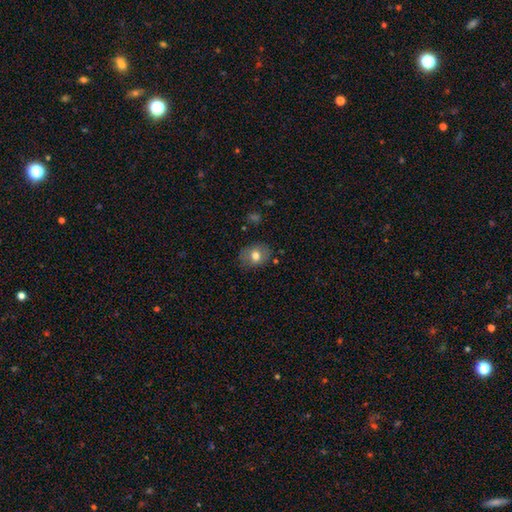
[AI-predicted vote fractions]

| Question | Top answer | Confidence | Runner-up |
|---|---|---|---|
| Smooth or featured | smooth | 73% | featured or disk (18%) |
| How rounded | in between | 55% | round (44%) |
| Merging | none | 80% | minor disturbance (15%) |